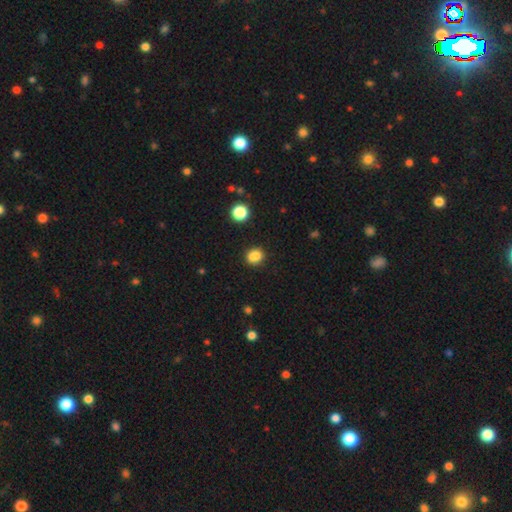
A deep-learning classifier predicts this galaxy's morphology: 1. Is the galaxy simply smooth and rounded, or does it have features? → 85% smooth, 11% star or artifact, 4% featured or disk.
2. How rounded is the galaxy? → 62% round, 37% in between, 1% cigar-shaped.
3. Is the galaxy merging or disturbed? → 86% none, 9% minor disturbance, 3% major disturbance, 2% merger.